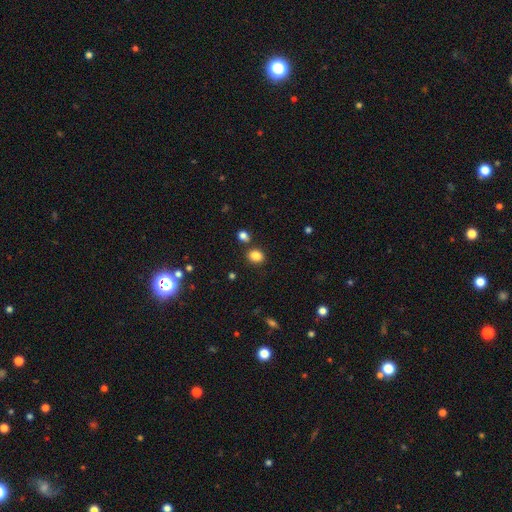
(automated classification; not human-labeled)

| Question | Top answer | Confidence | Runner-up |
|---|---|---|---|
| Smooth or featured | smooth | 84% | star or artifact (11%) |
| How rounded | round | 50% | in between (49%) |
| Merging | none | 79% | minor disturbance (10%) |